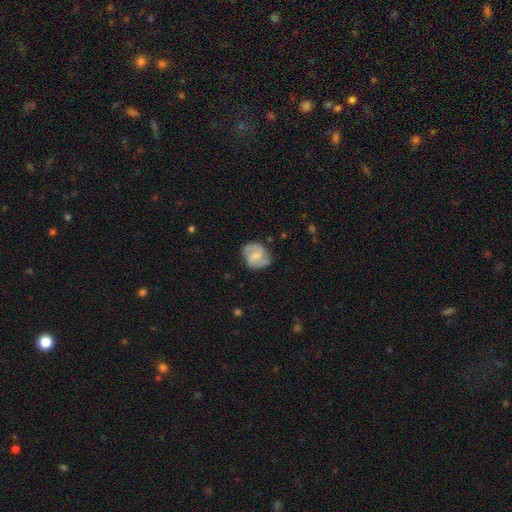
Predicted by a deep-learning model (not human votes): Smooth or featured? Predicted: featured or disk (p=0.62). Edge-on disk? Predicted: no (p=0.97). Bar? Predicted: weak (p=0.49). Spiral arms? Predicted: yes (p=0.89). Spiral winding? Predicted: medium (p=0.49). Spiral arm count? Predicted: 2 (p=0.81). Bulge size? Predicted: small (p=0.50). Merging? Predicted: none (p=0.70).